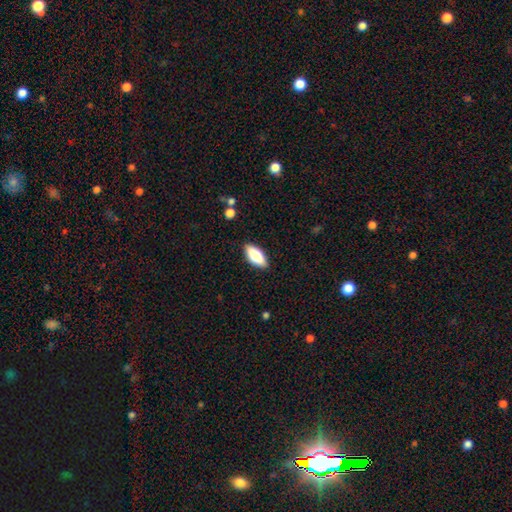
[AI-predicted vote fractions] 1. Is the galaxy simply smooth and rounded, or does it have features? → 80% smooth, 14% featured or disk, 6% star or artifact.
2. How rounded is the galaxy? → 85% in between, 13% cigar-shaped, 2% round.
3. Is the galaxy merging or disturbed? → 87% none, 9% minor disturbance, 2% major disturbance, 1% merger.